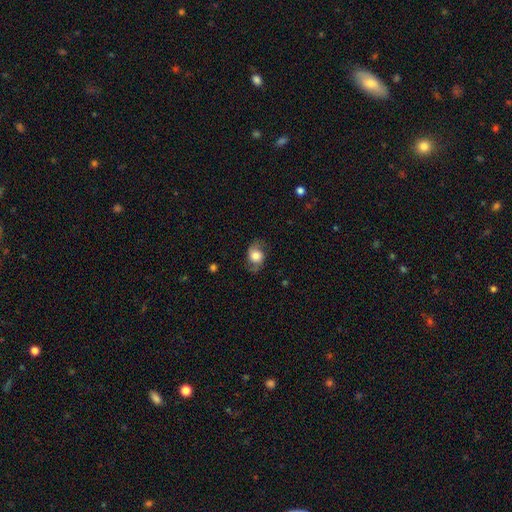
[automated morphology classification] This appears to be a smooth galaxy with no disk features (60%) that is in between round and cigar-shaped (62%). Merging: none (71%).